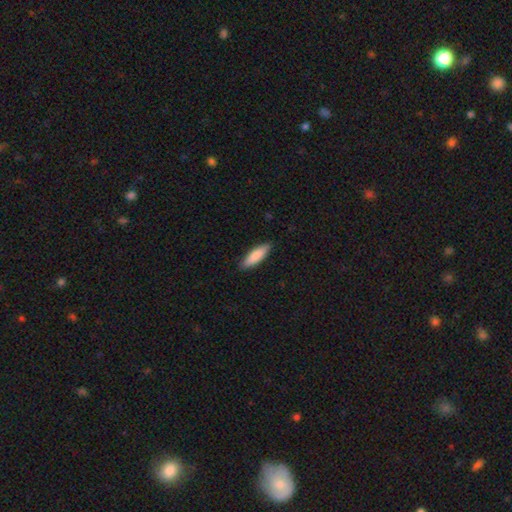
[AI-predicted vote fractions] Smooth or featured? Predicted: smooth (p=0.82). How rounded? Predicted: cigar-shaped (p=0.59). Merging? Predicted: none (p=0.88).